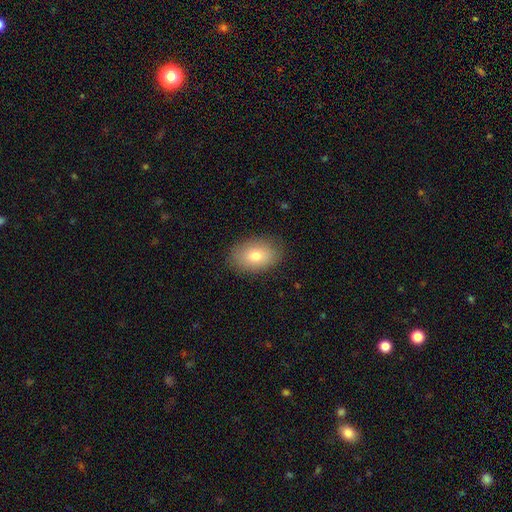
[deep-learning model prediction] This appears to be a smooth galaxy with no disk features (79%) that is in between round and cigar-shaped (79%). Merging: none (87%).